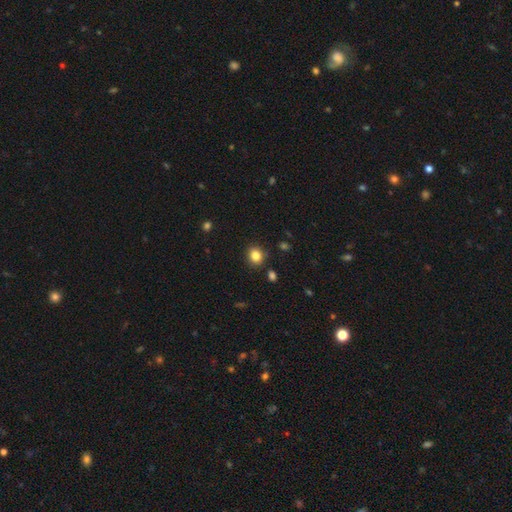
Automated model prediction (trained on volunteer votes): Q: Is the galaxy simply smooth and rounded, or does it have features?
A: smooth — 84%.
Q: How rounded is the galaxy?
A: round — 74%.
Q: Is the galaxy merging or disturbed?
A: none — 87%.